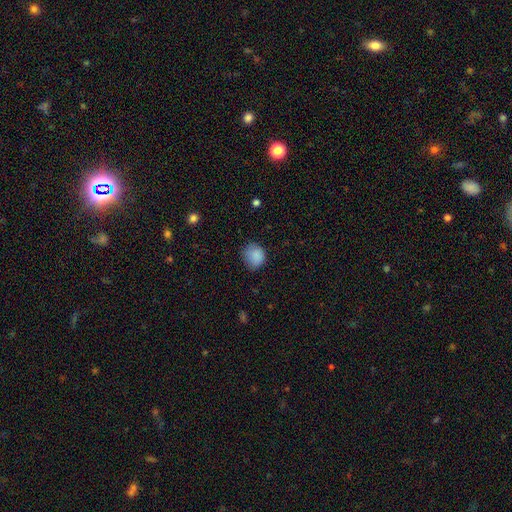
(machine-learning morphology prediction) A smooth galaxy with no disk features (86%) that is round (73%). Merging: none (68%).